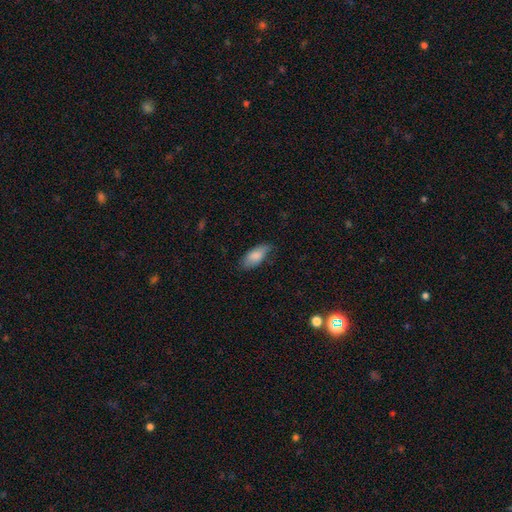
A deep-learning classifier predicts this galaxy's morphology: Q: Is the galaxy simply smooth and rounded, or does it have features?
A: smooth — 84%.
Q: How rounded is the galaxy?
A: in between — 88%.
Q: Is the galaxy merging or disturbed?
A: none — 68%.